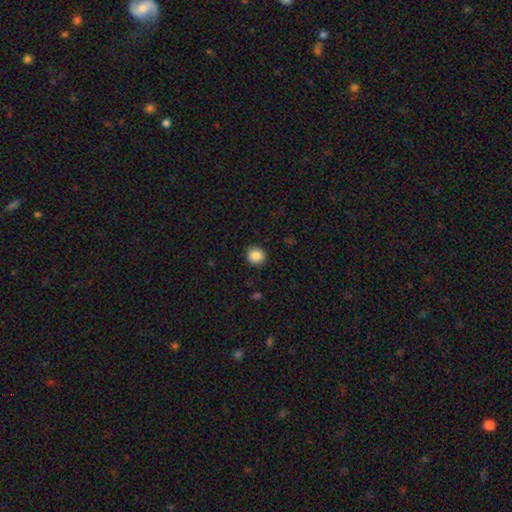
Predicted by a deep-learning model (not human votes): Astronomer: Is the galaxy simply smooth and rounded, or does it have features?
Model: smooth — 87%.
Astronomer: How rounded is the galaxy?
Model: round — 87%.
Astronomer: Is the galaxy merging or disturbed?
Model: none — 90%.